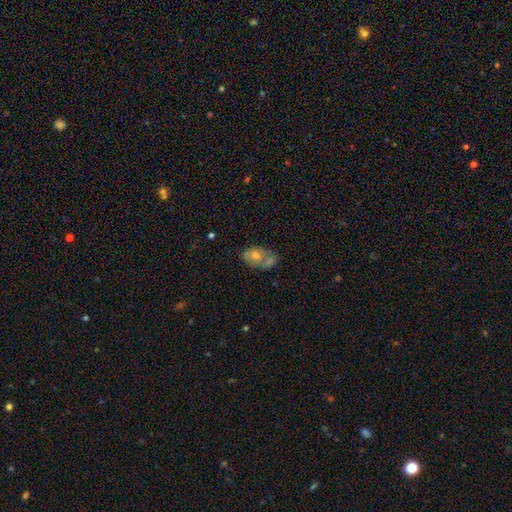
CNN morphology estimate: This is possibly a smooth galaxy (49%). Merging: marginally none (39%).